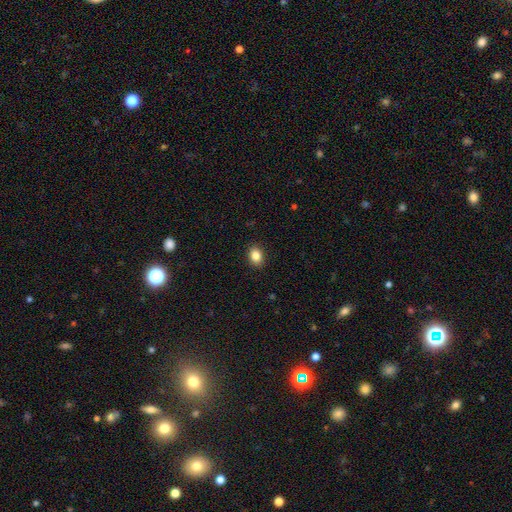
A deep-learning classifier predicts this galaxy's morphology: The model was most divided on "how rounded": in between: 60%, round: 39%, cigar-shaped: 1%. More confident: merging — none (91%); smooth or featured — smooth (85%).